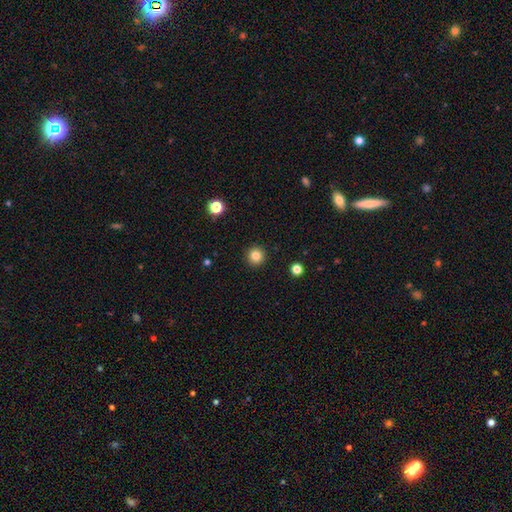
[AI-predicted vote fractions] The model was most divided on "smooth or featured": smooth: 84%, star or artifact: 12%, featured or disk: 5%. More confident: how rounded — round (95%); merging — none (93%).